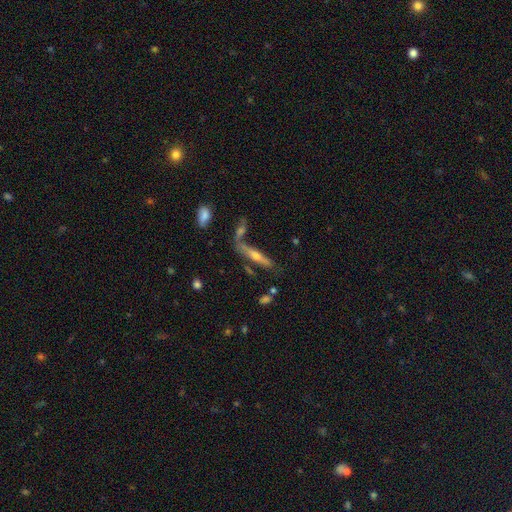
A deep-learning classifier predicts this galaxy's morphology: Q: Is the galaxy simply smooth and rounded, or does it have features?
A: featured or disk — 56%.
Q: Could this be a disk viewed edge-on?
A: yes — 89%.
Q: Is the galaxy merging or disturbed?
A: none — 56%.